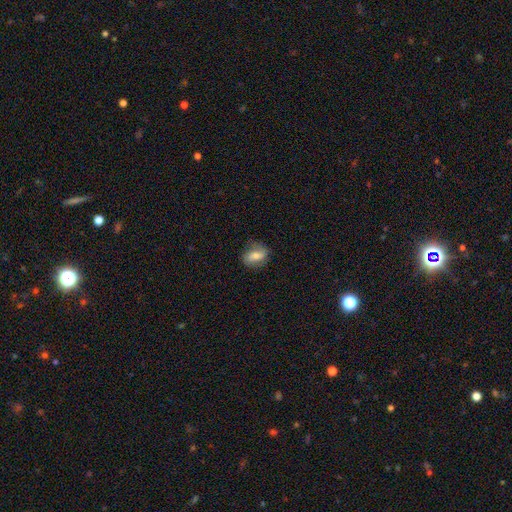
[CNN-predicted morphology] Q: Smooth or featured?
A: smooth (53%); runner-up: featured or disk (39%)
Q: How rounded?
A: in between (73%); runner-up: round (23%)
Q: Merging?
A: none (73%); runner-up: minor disturbance (19%)